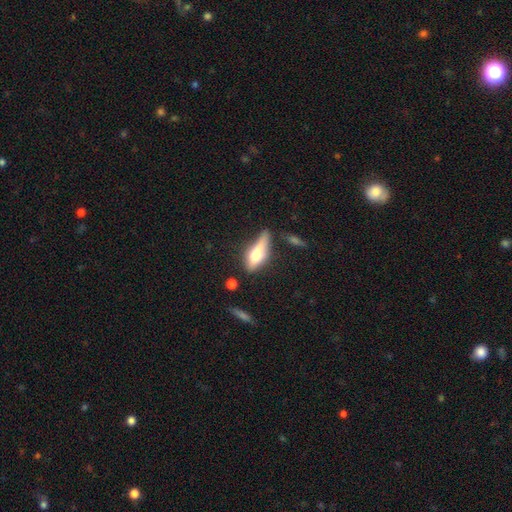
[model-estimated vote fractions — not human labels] smooth 56%, featured or disk 36%, star or artifact 8%. Down the decision tree: how rounded — in between (52%); merging — none (51%).